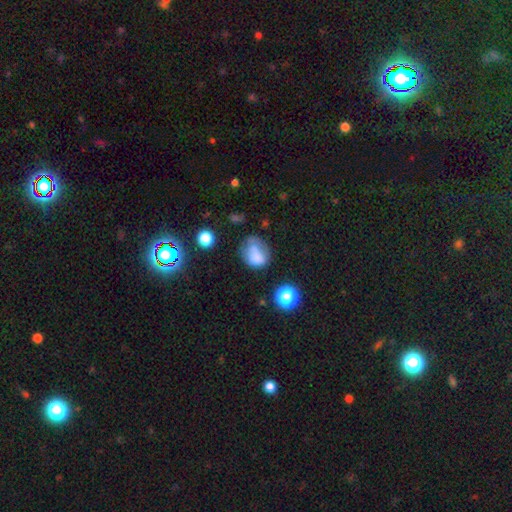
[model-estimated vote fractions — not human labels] Smooth or featured: smooth — 68% (featured or disk — 19%)
How rounded: in between — 52% (round — 47%)
Merging: none — 37% (minor disturbance — 29%)